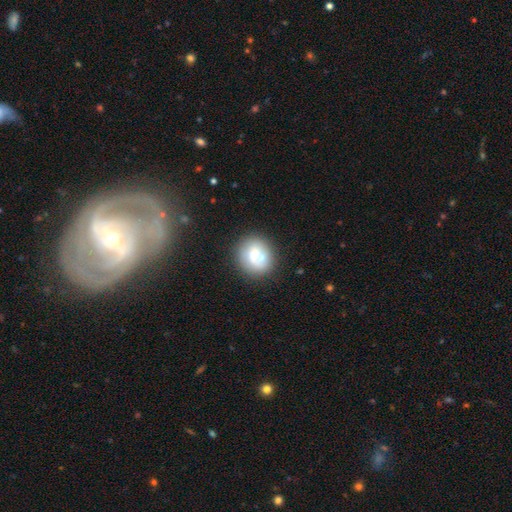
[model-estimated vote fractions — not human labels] smooth 61%, featured or disk 31%, star or artifact 9%. Down the decision tree: how rounded — round (84%); merging — none (57%).